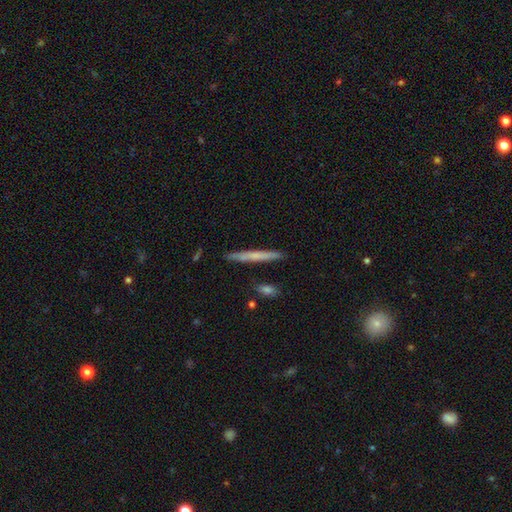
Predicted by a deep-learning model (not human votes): A smooth galaxy with no disk features (57%) that is cigar-shaped (96%). Merging: none (89%).